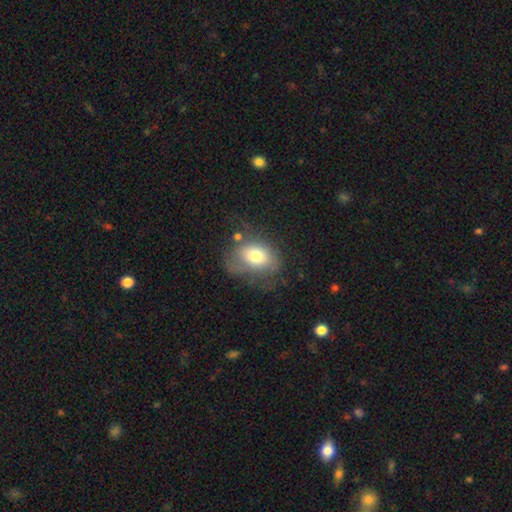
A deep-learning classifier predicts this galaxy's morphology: smooth_or_featured: smooth (p=0.58) [alt: featured or disk p=0.27]
how_rounded: in between (p=0.62) [alt: round p=0.37]
merging: none (p=0.56) [alt: minor disturbance p=0.26]